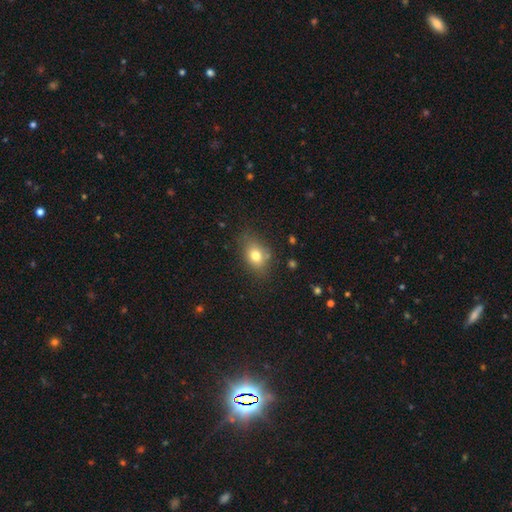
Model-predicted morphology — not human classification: The model was most divided on "how rounded": in between: 68%, round: 30%, cigar-shaped: 2%. More confident: smooth or featured — smooth (77%); merging — none (71%).